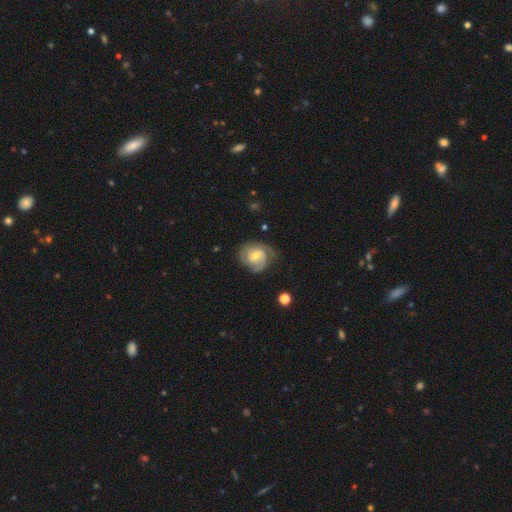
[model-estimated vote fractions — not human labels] Smooth or featured? Predicted: featured or disk (p=0.78). Edge-on disk? Predicted: no (p=0.98). Bar? Predicted: no (p=0.53). Spiral arms? Predicted: yes (p=0.95). Spiral winding? Predicted: tight (p=0.55). Spiral arm count? Predicted: 2 (p=0.48). Bulge size? Predicted: moderate (p=0.53). Merging? Predicted: none (p=0.66).